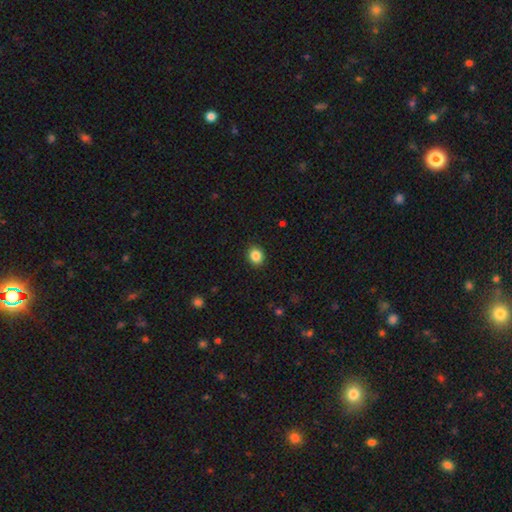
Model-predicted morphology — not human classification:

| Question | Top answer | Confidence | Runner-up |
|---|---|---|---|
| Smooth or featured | smooth | 86% | star or artifact (10%) |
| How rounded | round | 73% | in between (26%) |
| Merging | none | 91% | minor disturbance (6%) |